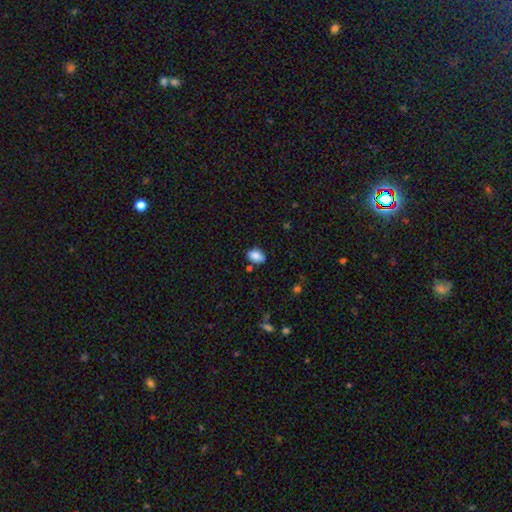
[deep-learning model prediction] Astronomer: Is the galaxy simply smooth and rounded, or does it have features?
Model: smooth — 84%.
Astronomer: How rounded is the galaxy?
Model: in between — 78%.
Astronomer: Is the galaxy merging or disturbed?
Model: none — 70%.